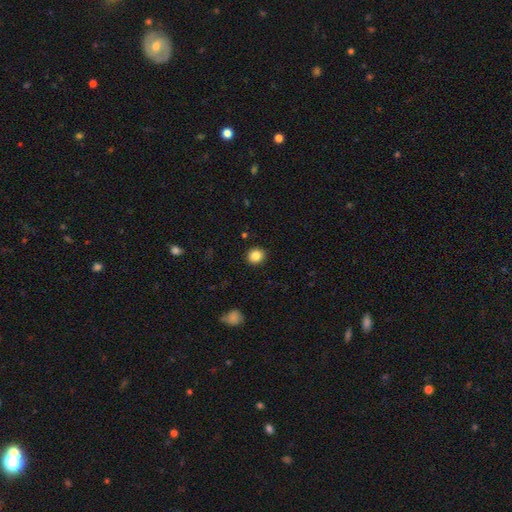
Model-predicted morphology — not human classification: Smooth or featured? smooth (85%)
How rounded? round (82%)
Merging? none (91%)